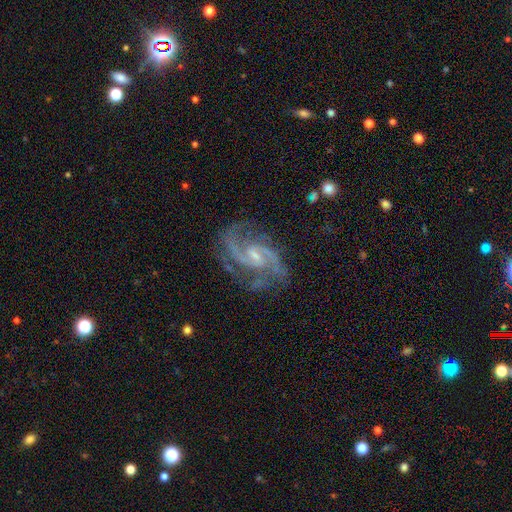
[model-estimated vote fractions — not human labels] Q: Smooth or featured?
A: featured or disk (93%); runner-up: star or artifact (5%)
Q: Edge-on disk?
A: no (98%); runner-up: yes (2%)
Q: Bar?
A: weak (54%); runner-up: no (31%)
Q: Spiral arms?
A: yes (98%); runner-up: no (2%)
Q: Spiral winding?
A: medium (63%); runner-up: tight (19%)
Q: Spiral arm count?
A: 2 (75%); runner-up: 3 (12%)
Q: Bulge size?
A: small (66%); runner-up: moderate (25%)
Q: Merging?
A: none (71%); runner-up: minor disturbance (18%)